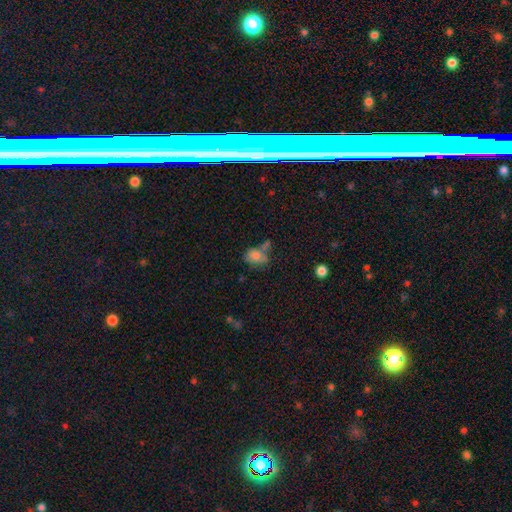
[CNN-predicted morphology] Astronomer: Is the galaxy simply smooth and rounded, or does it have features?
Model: smooth — 77%.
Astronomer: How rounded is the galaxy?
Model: in between — 68%.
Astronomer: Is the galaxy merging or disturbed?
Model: none — 42% (runner-up: merger, 25%).